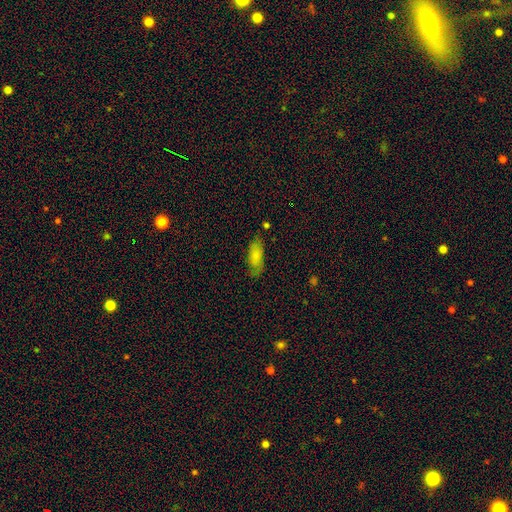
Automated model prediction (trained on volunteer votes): Q: Smooth or featured?
A: smooth (80%); runner-up: featured or disk (12%)
Q: How rounded?
A: in between (77%); runner-up: cigar-shaped (21%)
Q: Merging?
A: none (71%); runner-up: minor disturbance (21%)